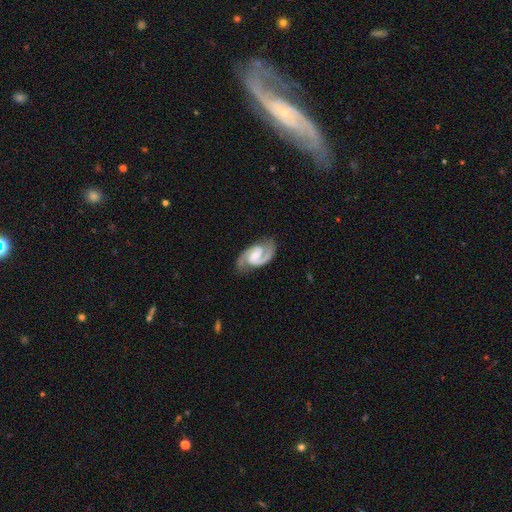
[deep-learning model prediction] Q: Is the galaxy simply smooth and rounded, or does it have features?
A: featured or disk — 92%.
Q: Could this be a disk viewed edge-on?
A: no — 98%.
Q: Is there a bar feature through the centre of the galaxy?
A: weak — 50%.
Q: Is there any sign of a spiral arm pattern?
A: yes — 98%.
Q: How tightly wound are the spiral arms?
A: medium — 60%.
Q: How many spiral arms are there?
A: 2 — 94%.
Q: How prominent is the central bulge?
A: moderate — 43%.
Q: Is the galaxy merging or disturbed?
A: none — 81%.